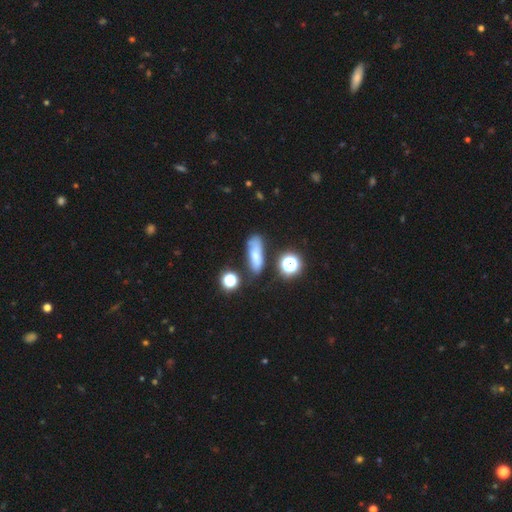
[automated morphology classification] Q: Smooth or featured?
A: smooth (61%); runner-up: featured or disk (20%)
Q: How rounded?
A: in between (53%); runner-up: cigar-shaped (35%)
Q: Merging?
A: none (57%); runner-up: minor disturbance (24%)